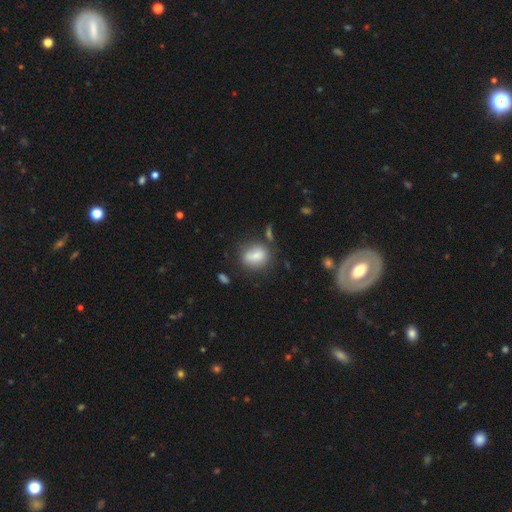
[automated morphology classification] type=smooth (74%); roundness=in between (53%); merging=none (62%).